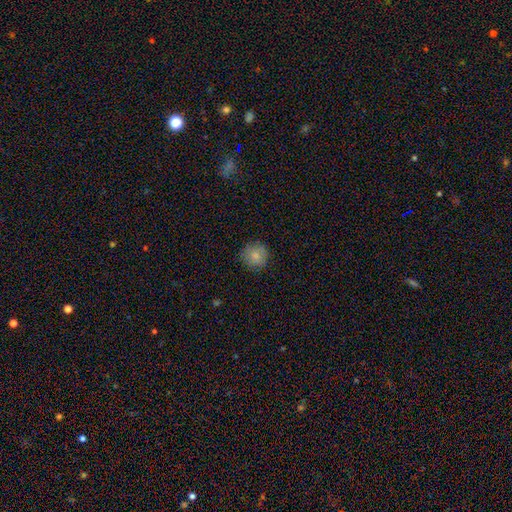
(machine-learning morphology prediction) Smooth or featured? Predicted: smooth (p=0.83). How rounded? Predicted: round (p=0.92). Merging? Predicted: none (p=0.86).